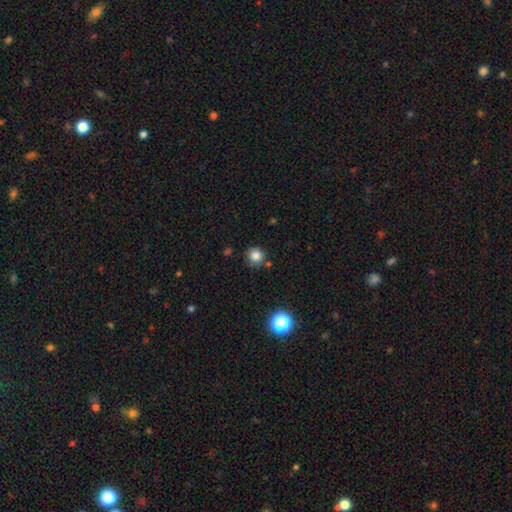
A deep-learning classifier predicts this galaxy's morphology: Smooth or featured?
  - smooth: 83% *
  - star or artifact: 12%
  - featured or disk: 5%
How rounded?
  - round: 93% *
  - in between: 6%
  - cigar-shaped: 1%
Merging?
  - none: 83% *
  - minor disturbance: 10%
  - merger: 4%
  - major disturbance: 3%